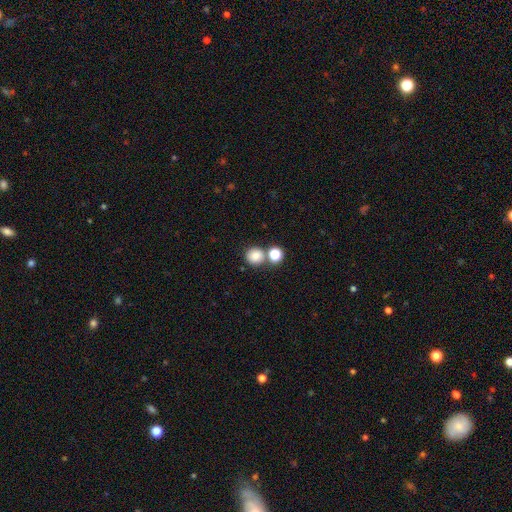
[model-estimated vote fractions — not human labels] A smooth galaxy with no disk features (81%) that is round (88%).

Vote fractions:
- Smooth or featured? smooth: 81% / star or artifact: 12% / featured or disk: 7%
- How rounded? round: 88% / in between: 11% / cigar-shaped: 1%
- Merging? none: 65% / merger: 25% / minor disturbance: 8% / major disturbance: 3%